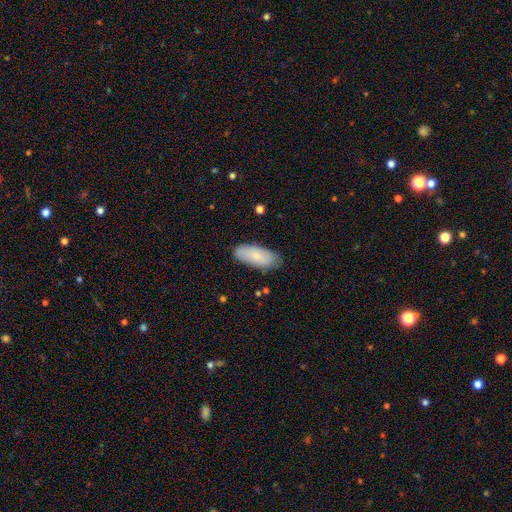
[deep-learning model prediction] This appears to be a smooth galaxy with no disk features (75%) that is in between round and cigar-shaped (87%). Merging: none (80%).